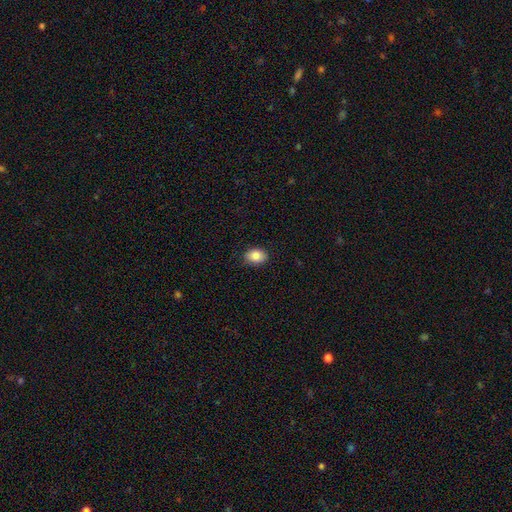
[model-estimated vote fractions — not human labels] This appears to be a smooth galaxy with no disk features (86%) that is in between round and cigar-shaped (74%). Merging: none (85%).